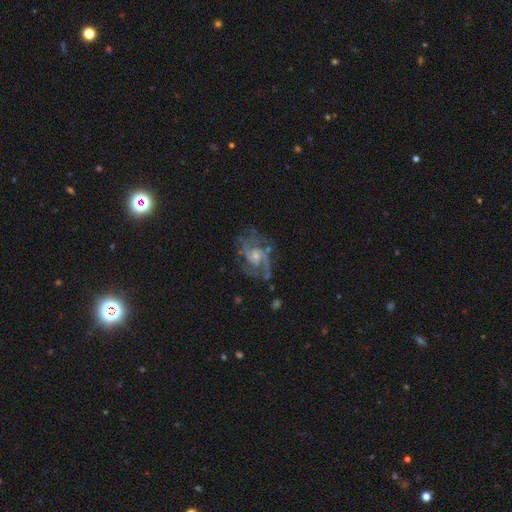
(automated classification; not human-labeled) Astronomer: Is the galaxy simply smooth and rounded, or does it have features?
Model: featured or disk — 84%.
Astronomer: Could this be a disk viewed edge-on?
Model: no — 97%.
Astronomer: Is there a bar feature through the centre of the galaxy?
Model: no — 59% (runner-up: weak, 35%).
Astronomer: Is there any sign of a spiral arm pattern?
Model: yes — 94%.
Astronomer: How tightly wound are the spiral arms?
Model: medium — 52% (runner-up: tight, 27%).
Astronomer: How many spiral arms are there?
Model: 2 — 46%.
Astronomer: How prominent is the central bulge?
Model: small — 53% (runner-up: moderate, 35%).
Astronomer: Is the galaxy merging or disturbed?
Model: none — 65%.